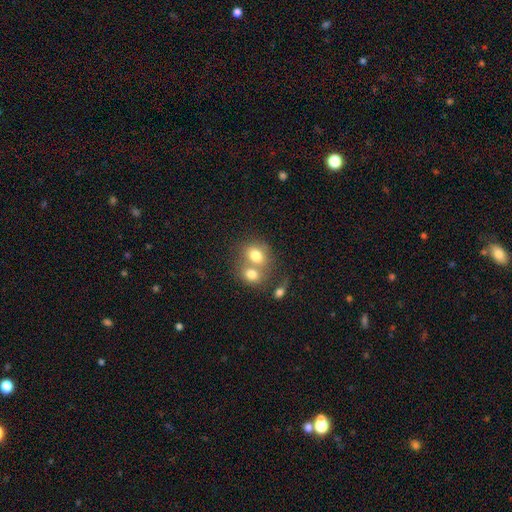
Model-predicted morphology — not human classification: The model was most divided on "how rounded": round: 50%, in between: 49%, cigar-shaped: 1%. More confident: smooth or featured — smooth (75%); merging — merger (60%).